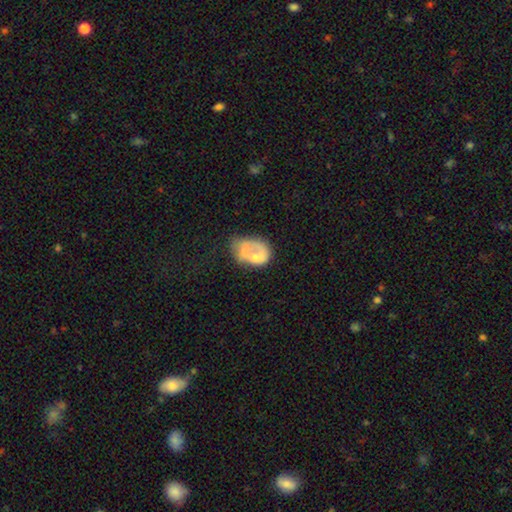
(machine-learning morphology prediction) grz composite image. It shows a smooth galaxy with no disk features (49%). Merging: merger (37%).